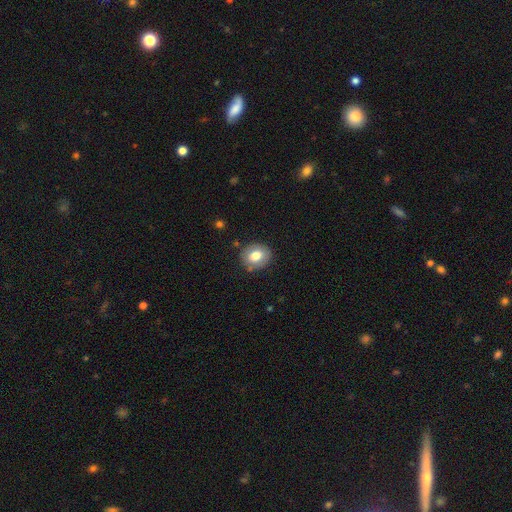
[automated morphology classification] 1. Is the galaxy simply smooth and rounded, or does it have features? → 75% smooth, 16% featured or disk, 9% star or artifact.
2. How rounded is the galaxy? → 66% round, 33% in between, 1% cigar-shaped.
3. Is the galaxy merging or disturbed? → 83% none, 12% minor disturbance, 3% major disturbance, 3% merger.